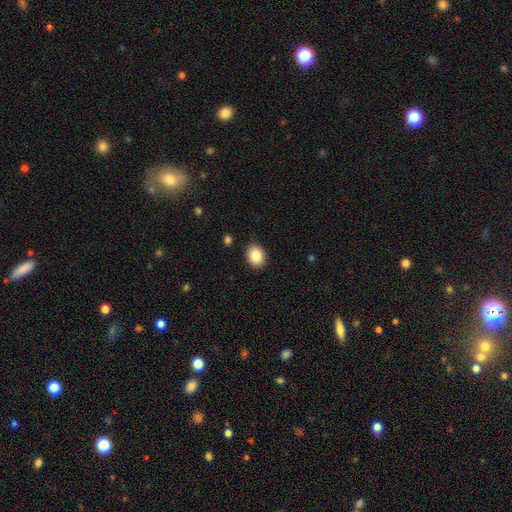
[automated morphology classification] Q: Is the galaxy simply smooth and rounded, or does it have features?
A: smooth — 85%.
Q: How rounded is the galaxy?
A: in between — 55%.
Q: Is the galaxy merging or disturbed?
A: none — 87%.